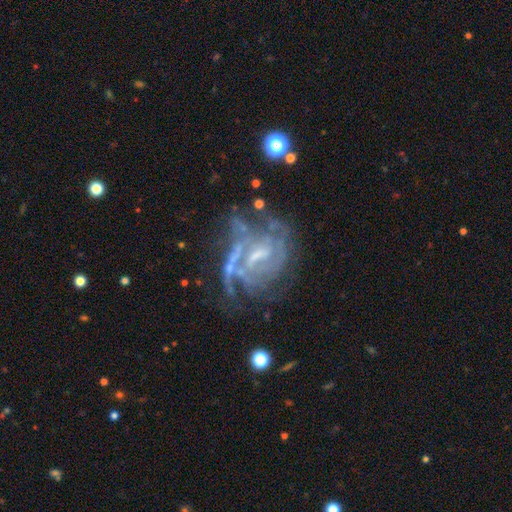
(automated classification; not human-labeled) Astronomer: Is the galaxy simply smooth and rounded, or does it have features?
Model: featured or disk — 80%.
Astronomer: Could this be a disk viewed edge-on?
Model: no — 97%.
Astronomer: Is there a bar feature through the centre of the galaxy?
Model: weak — 47% (runner-up: strong, 28%).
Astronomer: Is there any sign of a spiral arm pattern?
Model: yes — 79%.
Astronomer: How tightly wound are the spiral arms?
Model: tight — 49% (runner-up: medium, 38%).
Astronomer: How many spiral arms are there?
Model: can't tell — 44% (runner-up: 2, 23%).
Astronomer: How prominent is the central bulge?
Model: small — 42% (runner-up: moderate, 28%).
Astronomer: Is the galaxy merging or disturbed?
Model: none — 45% (runner-up: major disturbance, 26%).